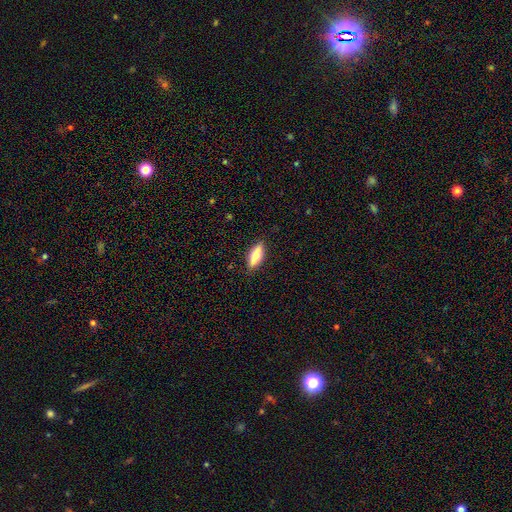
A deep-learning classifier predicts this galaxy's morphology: smooth_or_featured: smooth (p=0.71) [alt: featured or disk p=0.23]
how_rounded: in between (p=0.63) [alt: cigar-shaped p=0.35]
merging: none (p=0.87) [alt: minor disturbance p=0.10]